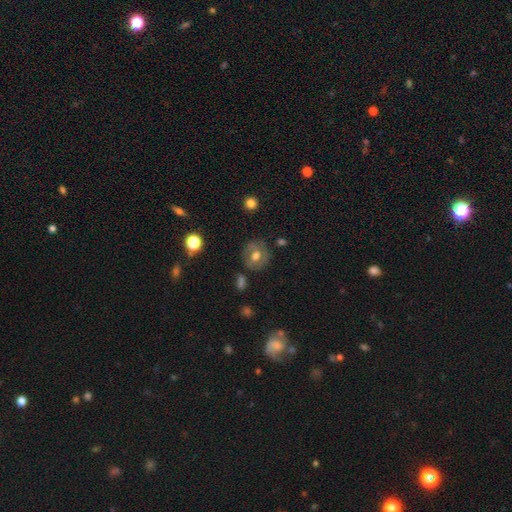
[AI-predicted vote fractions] smooth-or-featured: smooth: 52% | featured or disk: 37% | star or artifact: 10%
  how-rounded: round: 81% | in between: 17% | cigar-shaped: 1%
  merging: none: 78% | minor disturbance: 14% | major disturbance: 5% | merger: 3%